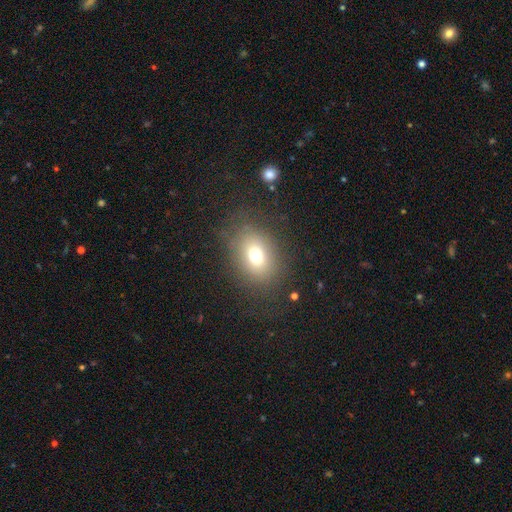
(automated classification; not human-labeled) A smooth galaxy with no disk features (71%) that is in between round and cigar-shaped (61%).

Vote fractions:
- Smooth or featured? smooth: 71% / featured or disk: 15% / star or artifact: 14%
- How rounded? in between: 61% / round: 38% / cigar-shaped: 1%
- Merging? none: 78% / minor disturbance: 13% / major disturbance: 8% / merger: 1%